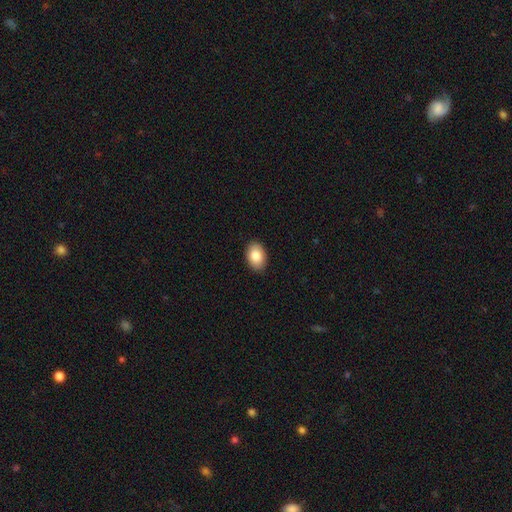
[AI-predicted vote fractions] Overall: smooth (85%). How rounded: in between (86%). Merging: none (90%).